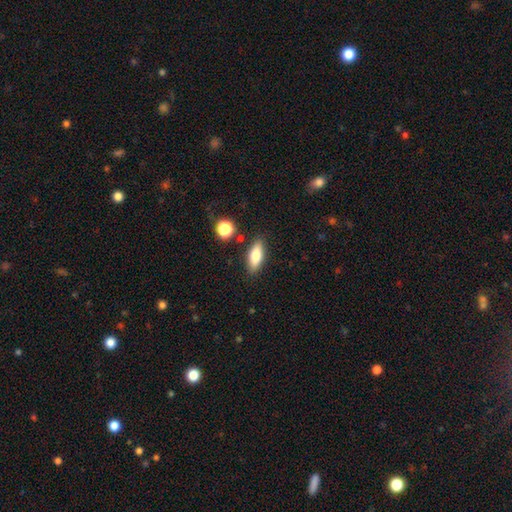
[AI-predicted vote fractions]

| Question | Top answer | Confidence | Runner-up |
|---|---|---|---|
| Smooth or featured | smooth | 76% | featured or disk (17%) |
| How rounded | in between | 70% | cigar-shaped (27%) |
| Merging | none | 85% | minor disturbance (10%) |